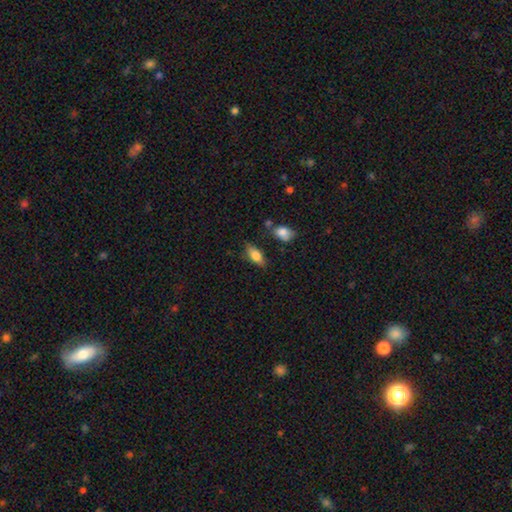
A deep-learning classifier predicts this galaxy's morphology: A smooth galaxy with no disk features (76%) that is in between round and cigar-shaped (82%).

Vote fractions:
- Smooth or featured? smooth: 76% / featured or disk: 16% / star or artifact: 7%
- How rounded? in between: 82% / cigar-shaped: 15% / round: 3%
- Merging? none: 74% / minor disturbance: 17% / merger: 5% / major disturbance: 4%